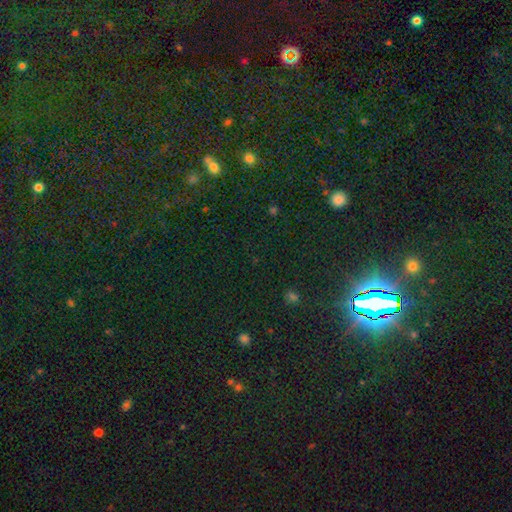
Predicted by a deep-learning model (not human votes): Smooth or featured? star or artifact (78%)